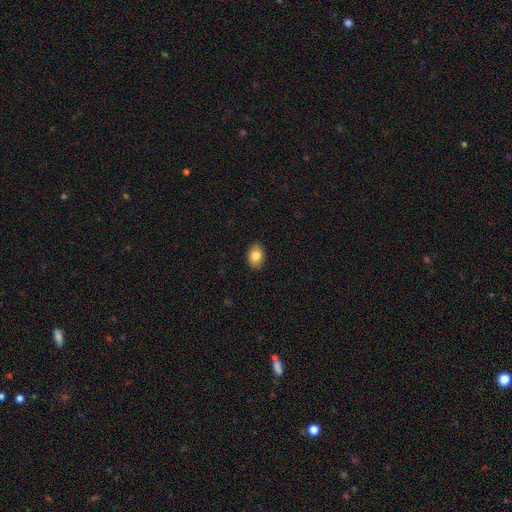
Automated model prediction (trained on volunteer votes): Q: Smooth or featured?
A: smooth (84%); runner-up: featured or disk (8%)
Q: How rounded?
A: in between (78%); runner-up: round (21%)
Q: Merging?
A: none (89%); runner-up: minor disturbance (8%)